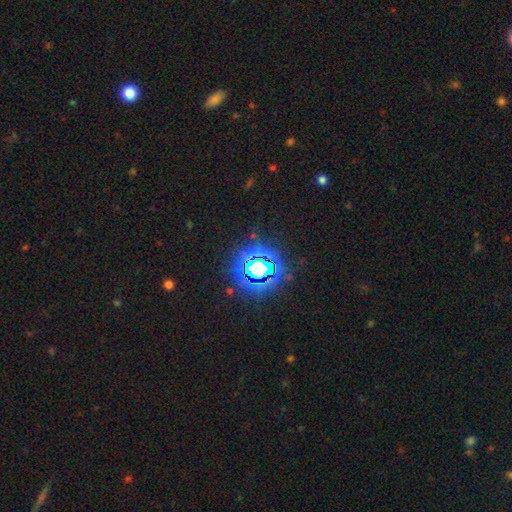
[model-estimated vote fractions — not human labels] Overall: star or artifact (83%).